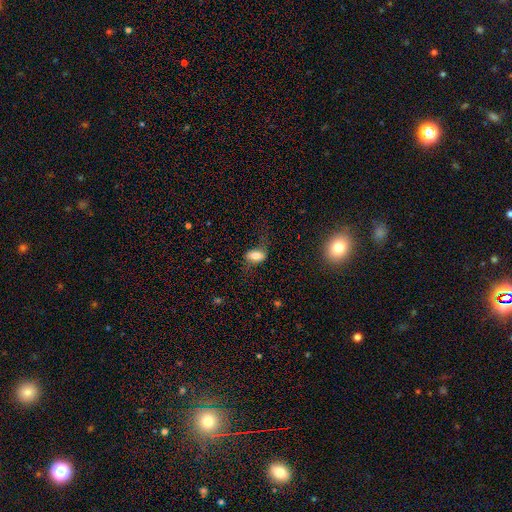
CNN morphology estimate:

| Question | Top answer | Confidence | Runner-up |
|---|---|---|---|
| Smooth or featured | smooth | 63% | featured or disk (27%) |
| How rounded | in between | 87% | round (7%) |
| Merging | none | 59% | minor disturbance (22%) |